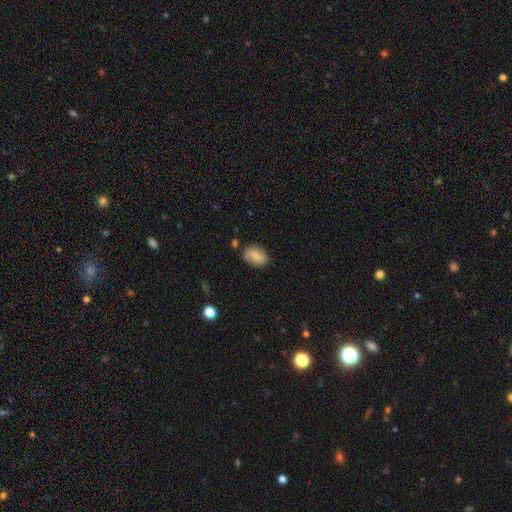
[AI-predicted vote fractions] Morphology: type=smooth (75%); roundness=in between (79%); merging=none (76%).